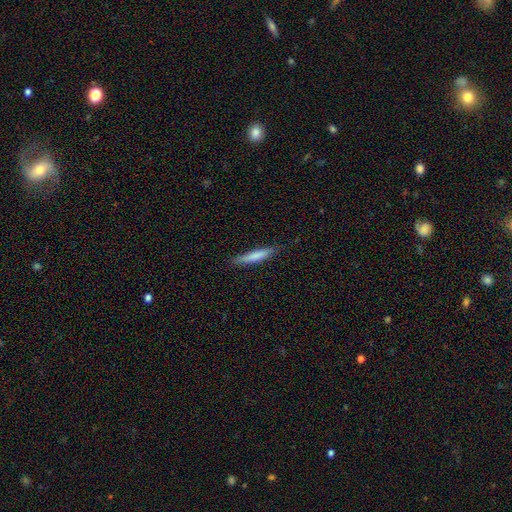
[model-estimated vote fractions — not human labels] A smooth galaxy with no disk features (75%) that is cigar-shaped (90%).

Vote fractions:
- Smooth or featured? smooth: 75% / featured or disk: 19% / star or artifact: 6%
- How rounded? cigar-shaped: 90% / in between: 8% / round: 1%
- Merging? none: 83% / minor disturbance: 14% / major disturbance: 2% / merger: 1%